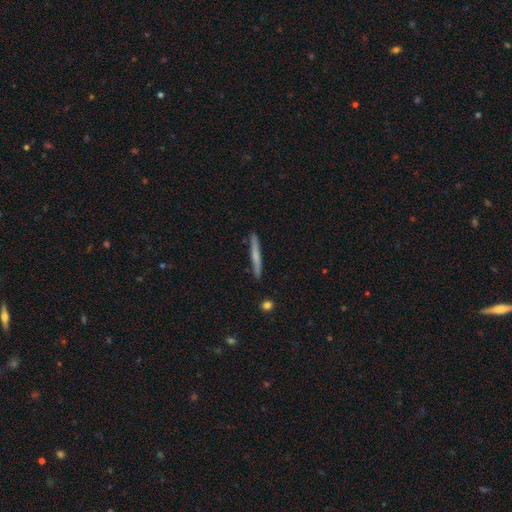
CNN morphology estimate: smooth_or_featured: smooth (p=0.55) [alt: featured or disk p=0.39]
how_rounded: cigar-shaped (p=0.96) [alt: in between p=0.02]
merging: none (p=0.90) [alt: minor disturbance p=0.07]